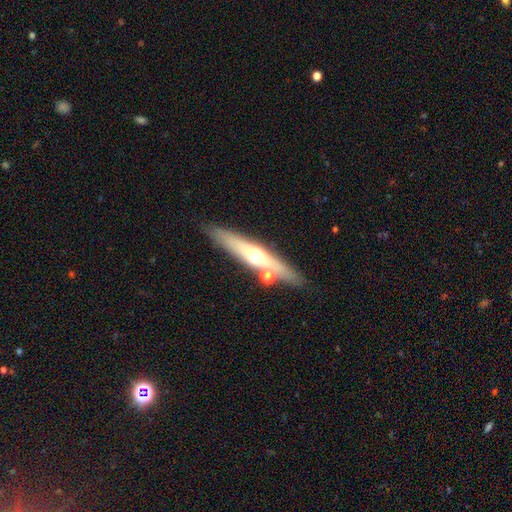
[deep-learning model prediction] Smooth or featured? Predicted: featured or disk (p=0.58). Edge-on disk? Predicted: yes (p=0.90). Edge-on bulge? Predicted: rounded (p=0.90). Merging? Predicted: none (p=0.78).